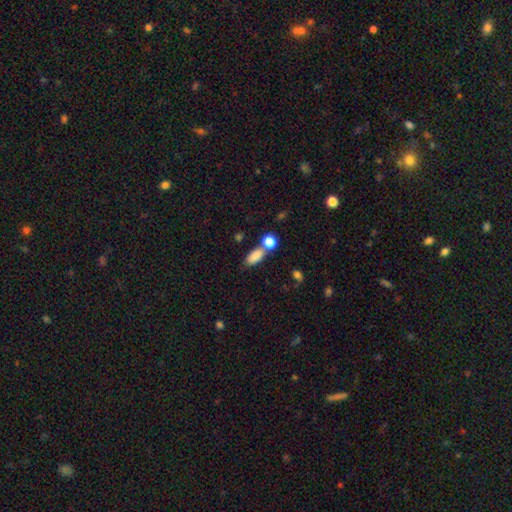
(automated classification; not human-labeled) Overall: smooth (84%). How rounded: in between (83%). Merging: none (51%; merger 31%).